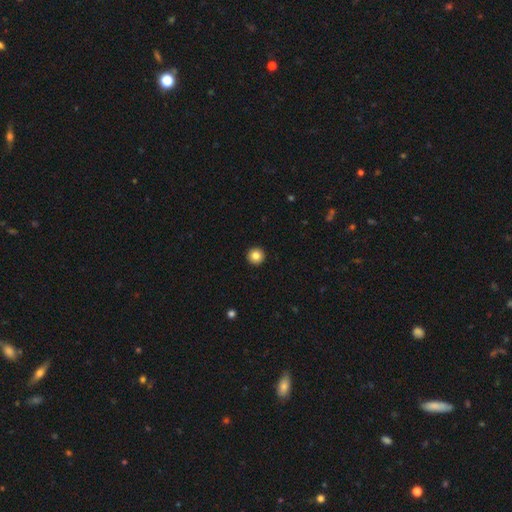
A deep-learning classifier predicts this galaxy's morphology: smooth 84%, star or artifact 10%, featured or disk 6%. Down the decision tree: how rounded — round (96%); merging — none (94%).